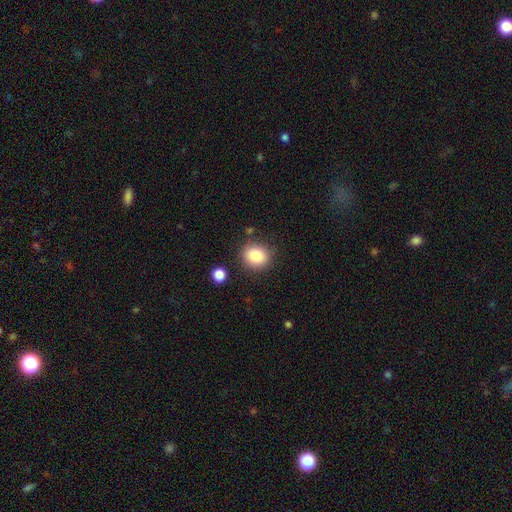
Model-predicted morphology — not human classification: A smooth galaxy with no disk features (85%) that is round (75%). Merging: none (83%).